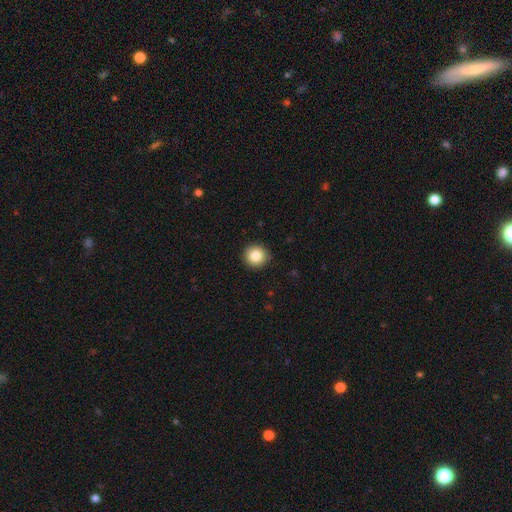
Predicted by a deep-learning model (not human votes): Overall: smooth (84%). How rounded: round (95%). Merging: none (92%).